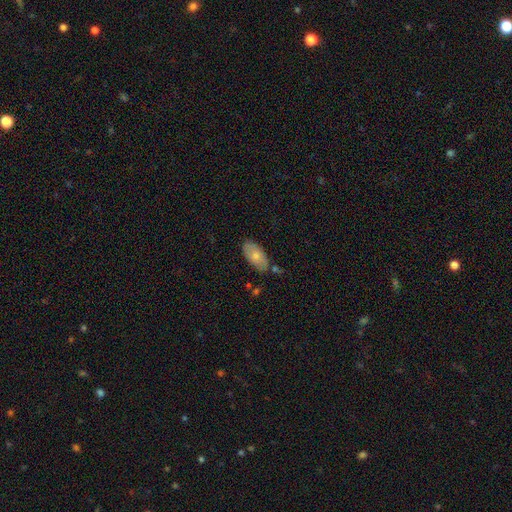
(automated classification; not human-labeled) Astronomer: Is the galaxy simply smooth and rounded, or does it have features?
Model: smooth — 71%.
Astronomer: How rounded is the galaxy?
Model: in between — 94%.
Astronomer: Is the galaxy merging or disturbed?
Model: none — 71%.